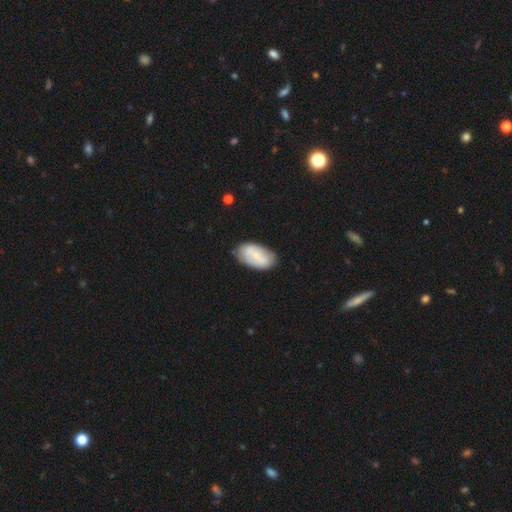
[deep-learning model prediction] Overall: smooth (61%; featured or disk 33%). How rounded: in between (94%). Merging: none (77%).